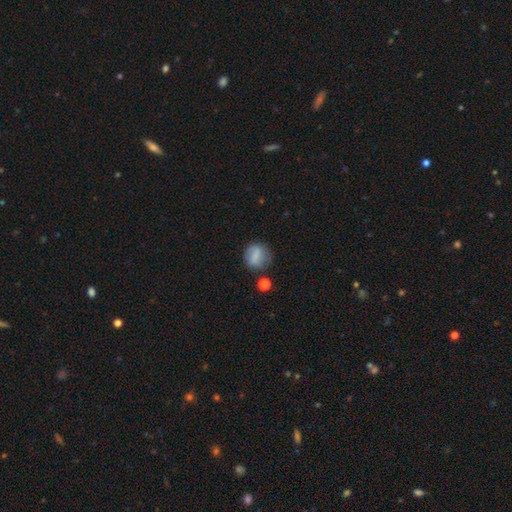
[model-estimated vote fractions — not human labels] Q: Smooth or featured?
A: smooth (72%); runner-up: featured or disk (19%)
Q: How rounded?
A: round (72%); runner-up: in between (26%)
Q: Merging?
A: none (67%); runner-up: minor disturbance (20%)